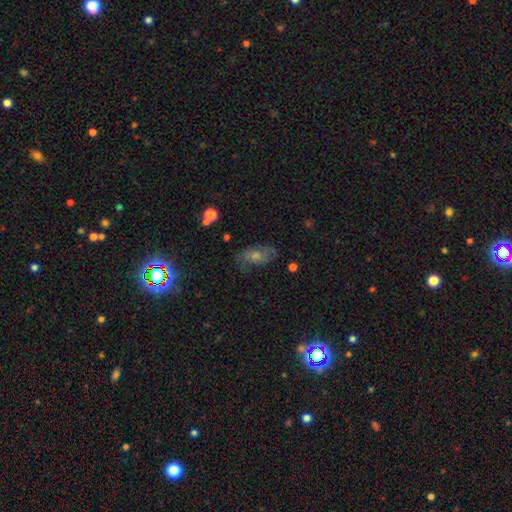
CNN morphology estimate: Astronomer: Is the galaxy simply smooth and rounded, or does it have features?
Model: featured or disk — 37% (runner-up: smooth, 34%).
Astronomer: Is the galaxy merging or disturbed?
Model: none — 71%.